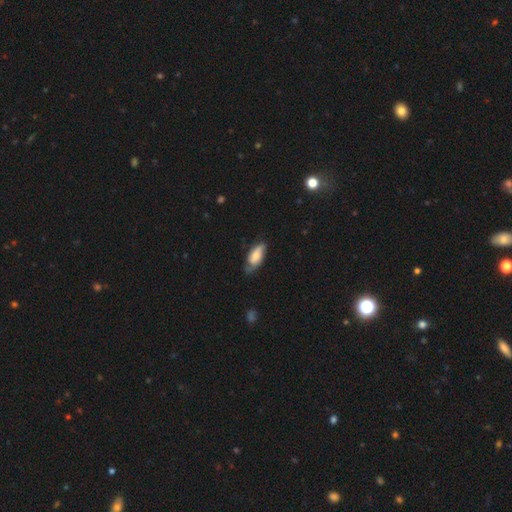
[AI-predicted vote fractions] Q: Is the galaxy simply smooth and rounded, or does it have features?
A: smooth — 60%.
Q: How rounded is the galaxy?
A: in between — 83%.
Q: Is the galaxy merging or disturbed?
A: none — 56%.